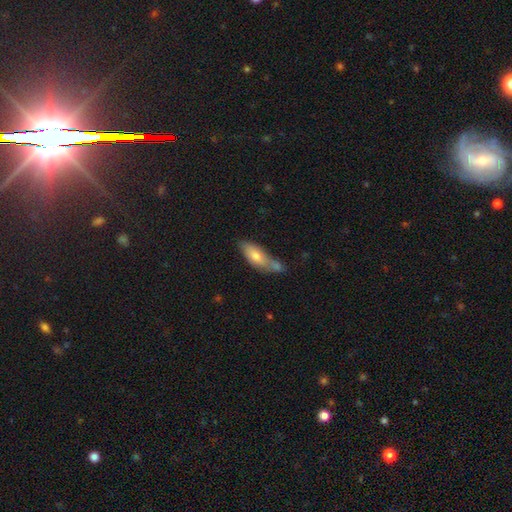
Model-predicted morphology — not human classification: smooth 70%, featured or disk 23%, star or artifact 7%. Down the decision tree: how rounded — in between (62%); merging — none (41%).